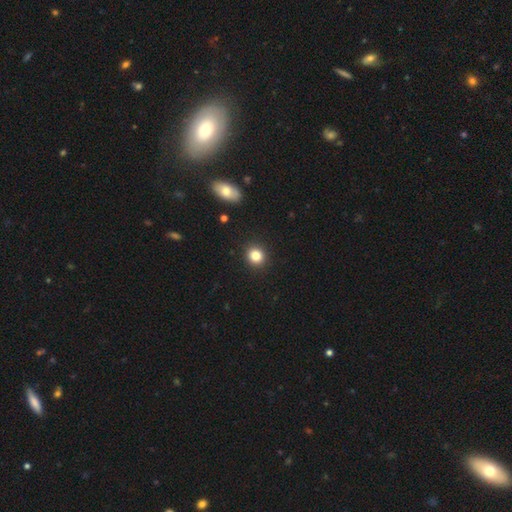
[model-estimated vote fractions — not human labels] This is clearly a smooth galaxy (84%). How rounded: clearly round (87%). Merging: clearly none (92%).